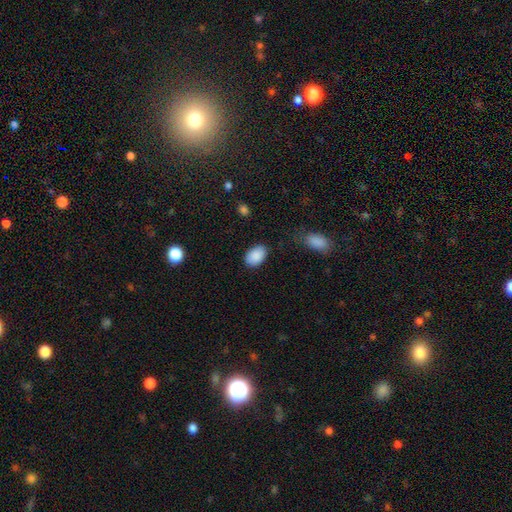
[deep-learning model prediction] smooth-or-featured: smooth: 89% | star or artifact: 7% | featured or disk: 4%
  how-rounded: in between: 85% | round: 14% | cigar-shaped: 1%
  merging: none: 80% | minor disturbance: 15% | major disturbance: 3% | merger: 2%